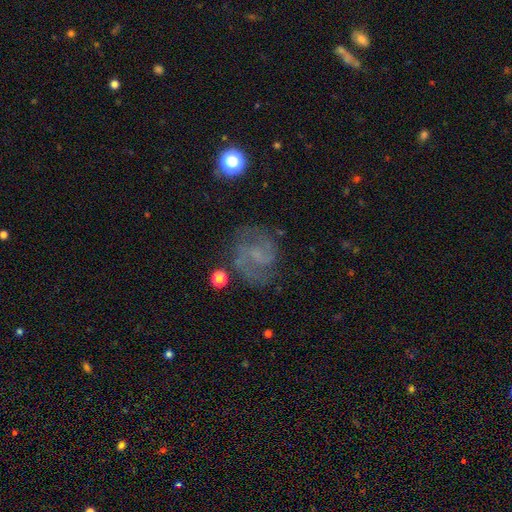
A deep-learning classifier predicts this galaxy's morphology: Overall: featured or disk (74%). Edge-on disk: no (98%). Bar: weak (47%; no 40%). Spiral arms: yes (91%). Spiral arm count: 2 (80%). Spiral winding: medium (51%; tight 26%). Bulge size: none (50%; small 37%). Merging: none (71%).